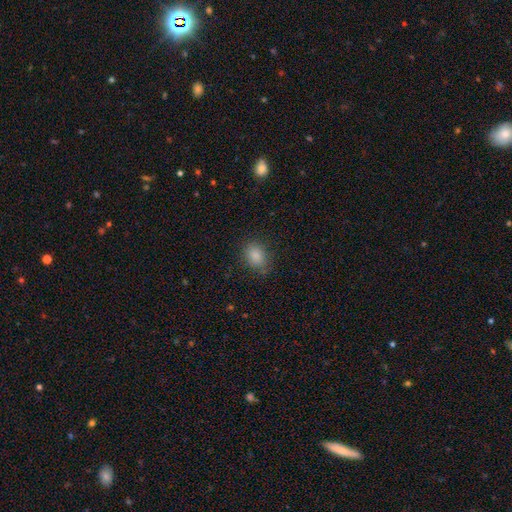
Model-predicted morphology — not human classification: Smooth or featured?
  - smooth: 86% *
  - star or artifact: 9%
  - featured or disk: 4%
How rounded?
  - in between: 70% *
  - round: 29%
  - cigar-shaped: 1%
Merging?
  - none: 82% *
  - minor disturbance: 13%
  - major disturbance: 4%
  - merger: 1%